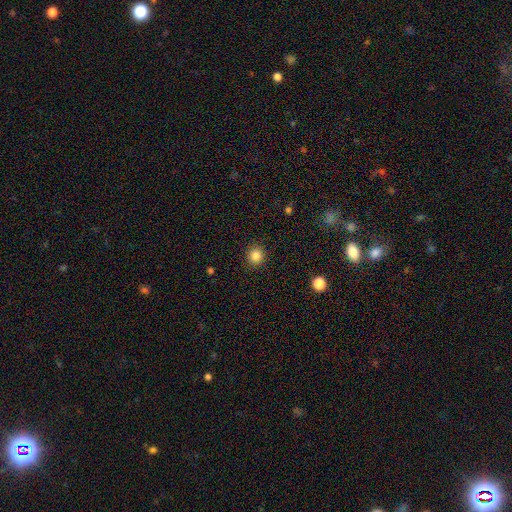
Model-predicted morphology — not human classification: smooth 85%, star or artifact 11%, featured or disk 4%. Down the decision tree: how rounded — round (89%); merging — none (91%).